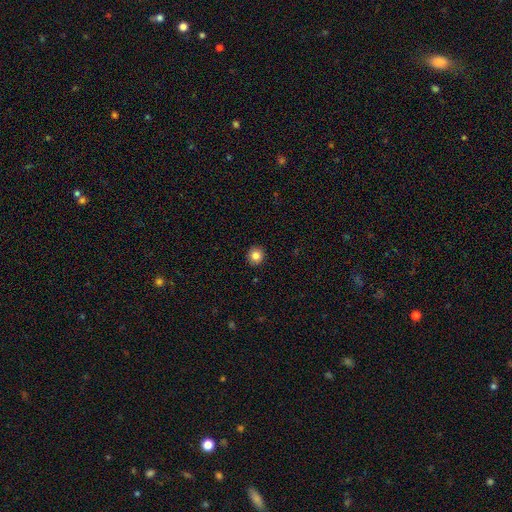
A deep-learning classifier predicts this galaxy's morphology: This appears to be a smooth galaxy with no disk features (84%) that is round (93%). Merging: none (93%).